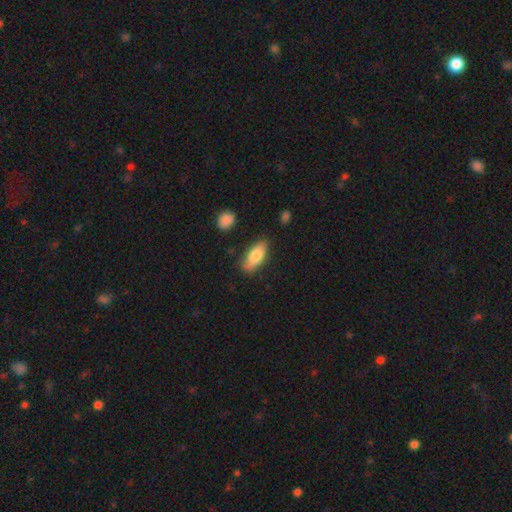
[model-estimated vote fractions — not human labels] Smooth or featured?
  - smooth: 78% *
  - featured or disk: 16%
  - star or artifact: 6%
How rounded?
  - in between: 78% *
  - cigar-shaped: 19%
  - round: 3%
Merging?
  - none: 77% *
  - minor disturbance: 17%
  - major disturbance: 3%
  - merger: 2%